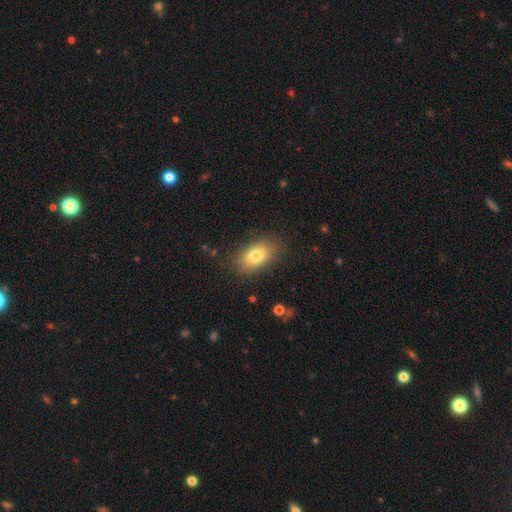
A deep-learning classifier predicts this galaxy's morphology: This appears to be a smooth galaxy with no disk features (79%) that is in between round and cigar-shaped (89%). Merging: none (83%).